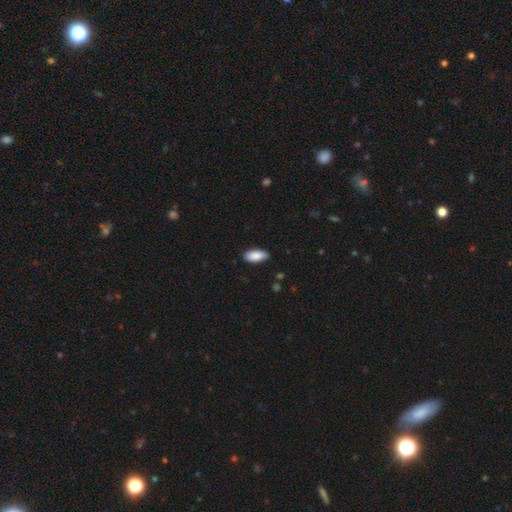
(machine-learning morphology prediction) smooth-or-featured: smooth: 89% | star or artifact: 6% | featured or disk: 5%
  how-rounded: in between: 91% | cigar-shaped: 7% | round: 2%
  merging: none: 85% | minor disturbance: 12% | major disturbance: 2% | merger: 1%